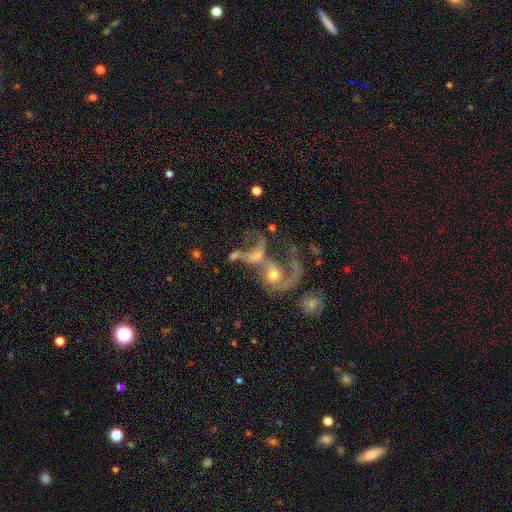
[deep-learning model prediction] Smooth or featured? Predicted: featured or disk (p=0.65). Edge-on disk? Predicted: no (p=0.96). Bar? Predicted: no (p=0.72). Spiral arms? Predicted: yes (p=0.59). Bulge size? Predicted: moderate (p=0.46). Merging? Predicted: merger (p=0.57).